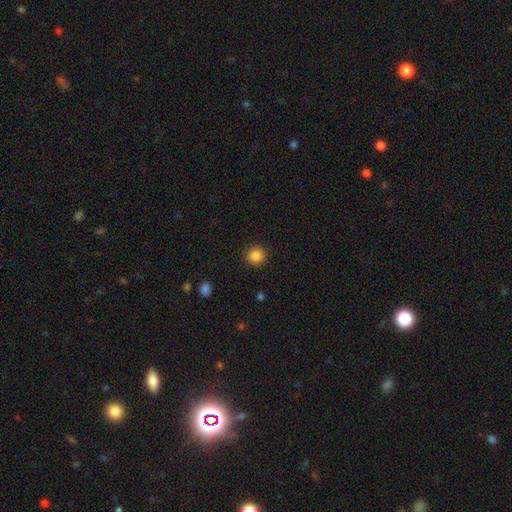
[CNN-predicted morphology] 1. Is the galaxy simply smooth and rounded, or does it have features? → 87% smooth, 10% star or artifact, 3% featured or disk.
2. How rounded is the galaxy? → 94% round, 5% in between, 1% cigar-shaped.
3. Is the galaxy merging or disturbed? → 91% none, 5% minor disturbance, 2% major disturbance, 1% merger.